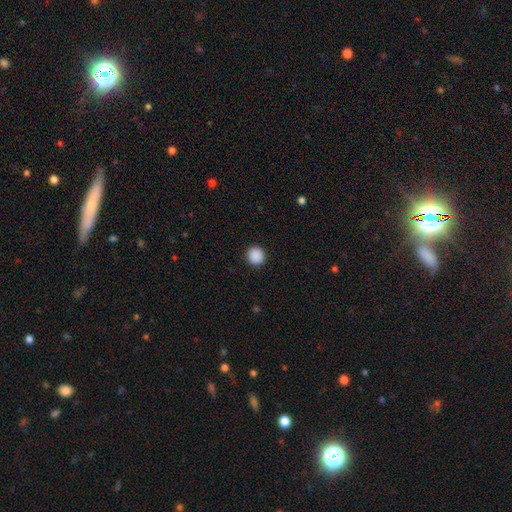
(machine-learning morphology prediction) Overall: smooth (90%). How rounded: round (92%). Merging: none (93%).